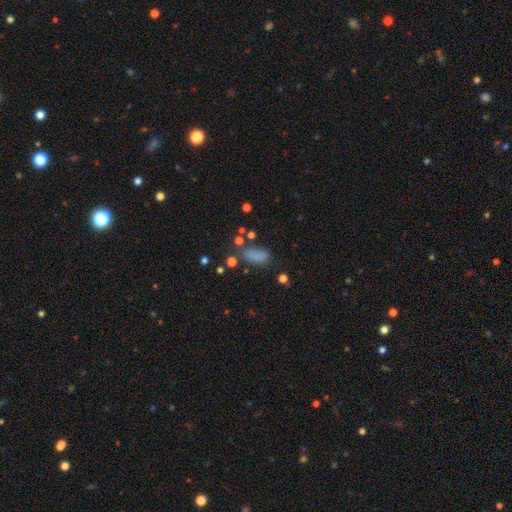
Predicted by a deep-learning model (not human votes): smooth_or_featured: smooth (p=0.77) [alt: star or artifact p=0.15]
how_rounded: in between (p=0.78) [alt: cigar-shaped p=0.17]
merging: none (p=0.57) [alt: minor disturbance p=0.23]